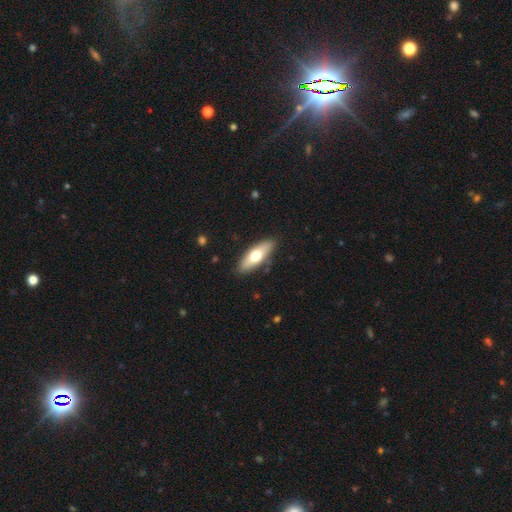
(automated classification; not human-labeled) Overall: smooth (63%; featured or disk 32%). How rounded: in between (63%; cigar-shaped 35%). Merging: none (86%).